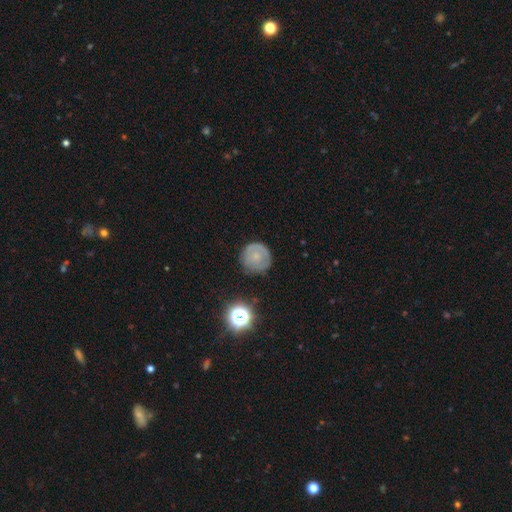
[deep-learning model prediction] This is possibly a smooth galaxy (53%). How rounded: clearly round (92%). Merging: likely none (73%).